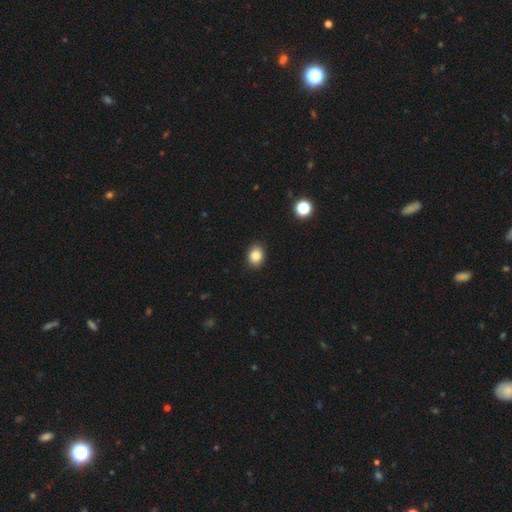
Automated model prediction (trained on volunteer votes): This appears to be a smooth galaxy with no disk features (86%) that is in between round and cigar-shaped (50%). Merging: none (89%).